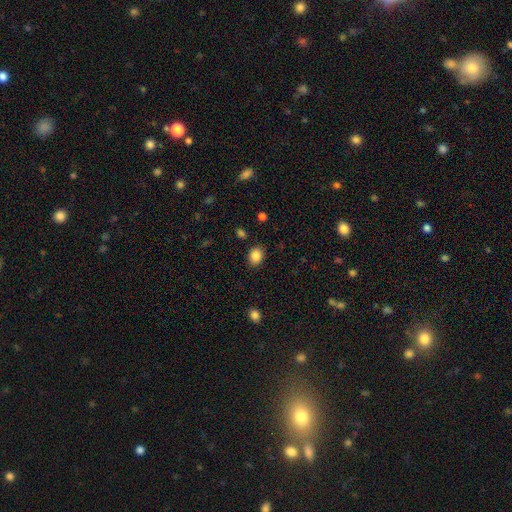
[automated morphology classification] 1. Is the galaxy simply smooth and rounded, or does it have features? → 86% smooth, 9% star or artifact, 4% featured or disk.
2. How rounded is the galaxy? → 59% in between, 40% round, 1% cigar-shaped.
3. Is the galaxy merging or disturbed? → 86% none, 9% minor disturbance, 3% major disturbance, 2% merger.